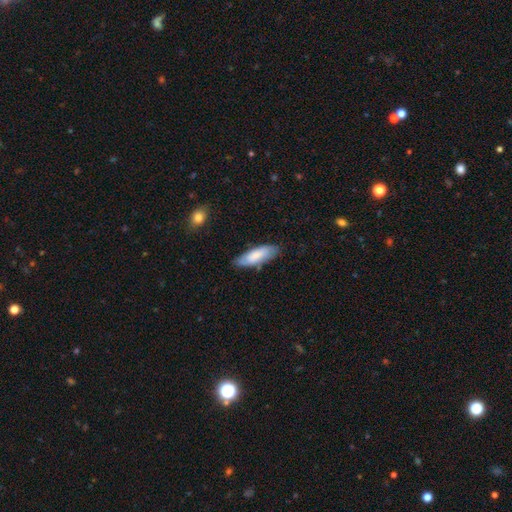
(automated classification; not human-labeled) Q: Smooth or featured?
A: smooth (73%); runner-up: featured or disk (21%)
Q: How rounded?
A: in between (63%); runner-up: cigar-shaped (36%)
Q: Merging?
A: none (75%); runner-up: minor disturbance (20%)